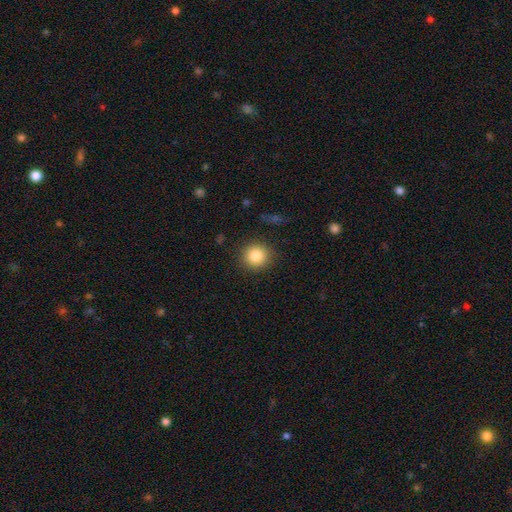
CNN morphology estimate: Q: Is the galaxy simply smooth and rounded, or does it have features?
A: smooth — 84%.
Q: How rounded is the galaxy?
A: round — 91%.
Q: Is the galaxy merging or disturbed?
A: none — 90%.